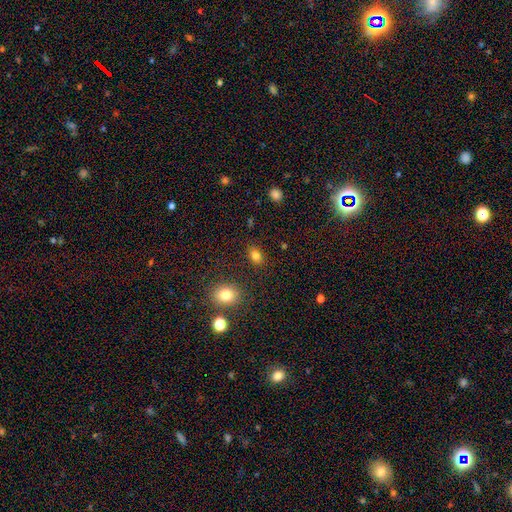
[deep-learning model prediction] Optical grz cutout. It shows a smooth galaxy with no disk features (82%) that is in between round and cigar-shaped (68%). Merging: none (84%).